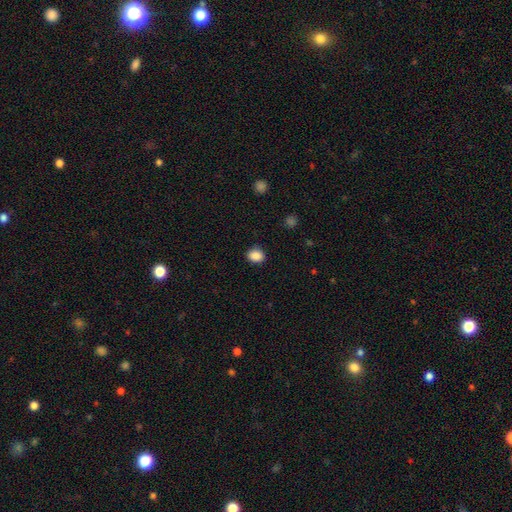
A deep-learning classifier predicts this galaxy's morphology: This is clearly a smooth galaxy (87%). How rounded: possibly round (59%). Merging: clearly none (87%).